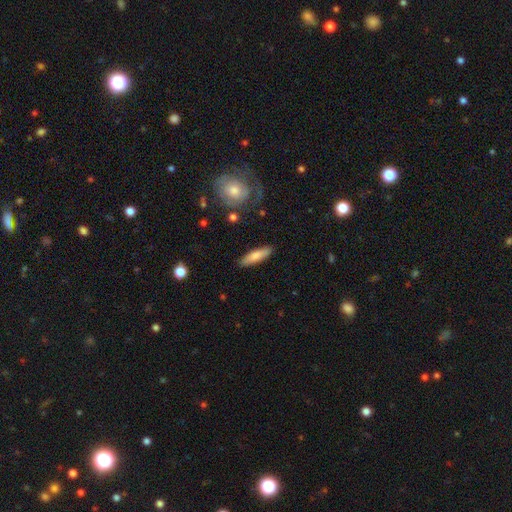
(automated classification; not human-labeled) Smooth or featured?
  - smooth: 74% *
  - featured or disk: 20%
  - star or artifact: 6%
How rounded?
  - cigar-shaped: 63% *
  - in between: 35%
  - round: 2%
Merging?
  - none: 86% *
  - minor disturbance: 10%
  - major disturbance: 2%
  - merger: 2%